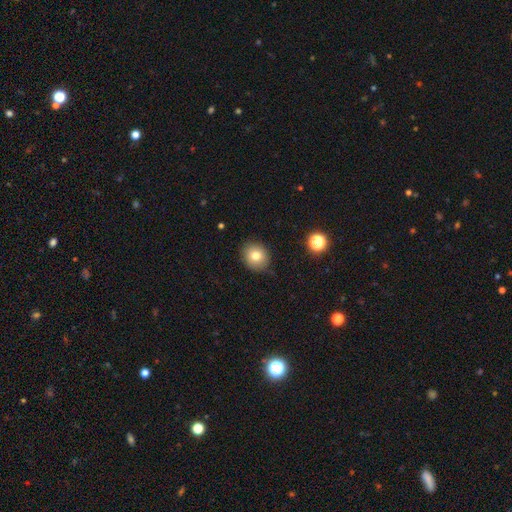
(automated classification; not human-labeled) smooth_or_featured: smooth (p=0.77) [alt: star or artifact p=0.12]
how_rounded: round (p=0.75) [alt: in between p=0.24]
merging: none (p=0.85) [alt: minor disturbance p=0.12]